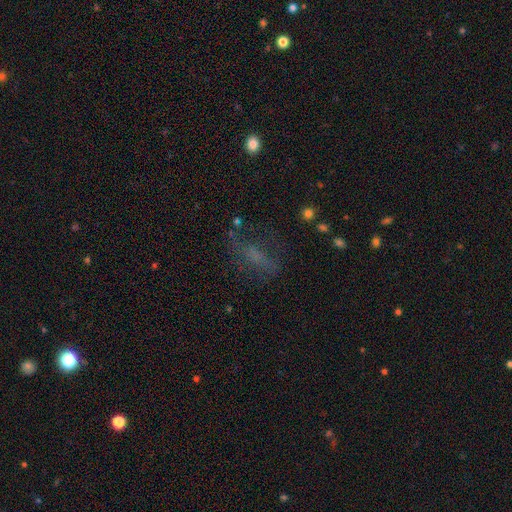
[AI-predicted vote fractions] This is marginally a smooth galaxy (41%). Merging: possibly none (53%).